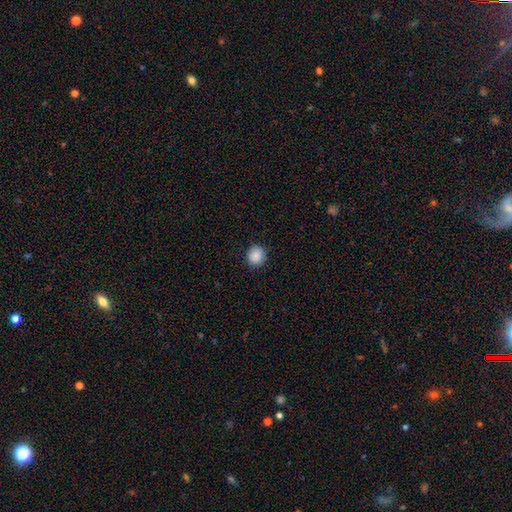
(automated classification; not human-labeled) A smooth galaxy with no disk features (89%) that is round (87%).

Vote fractions:
- Smooth or featured? smooth: 89% / star or artifact: 8% / featured or disk: 3%
- How rounded? round: 87% / in between: 12% / cigar-shaped: 1%
- Merging? none: 90% / minor disturbance: 7% / major disturbance: 2% / merger: 1%